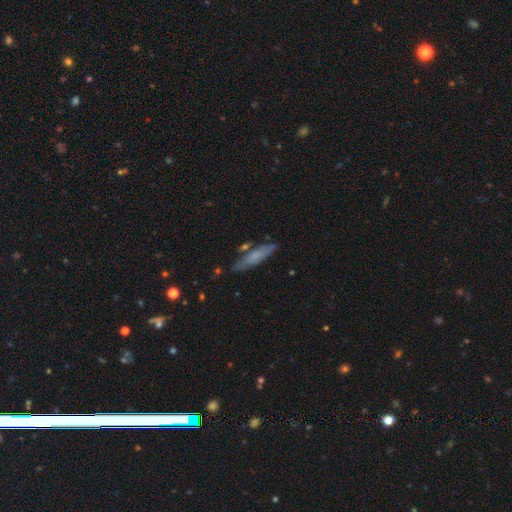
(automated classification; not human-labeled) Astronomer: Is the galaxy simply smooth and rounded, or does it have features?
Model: smooth — 59%.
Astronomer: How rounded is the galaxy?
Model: cigar-shaped — 77%.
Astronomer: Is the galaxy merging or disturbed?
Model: none — 72%.